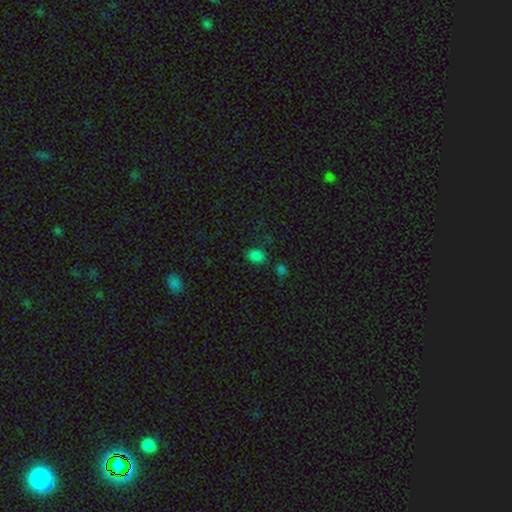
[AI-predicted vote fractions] This is likely a smooth galaxy (77%). How rounded: likely in between (73%). Merging: likely none (73%).